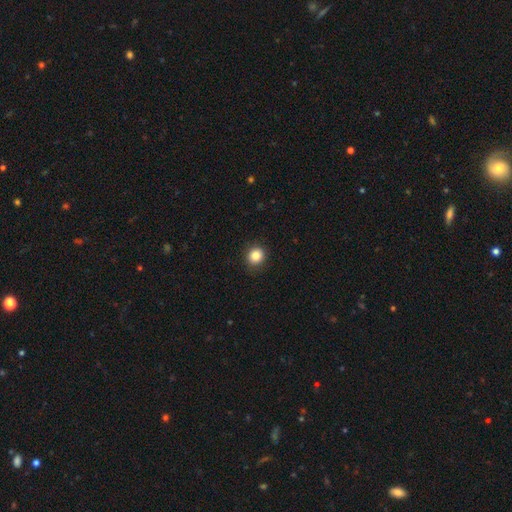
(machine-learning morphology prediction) smooth-or-featured: smooth: 85% | star or artifact: 10% | featured or disk: 4%
  how-rounded: round: 86% | in between: 13% | cigar-shaped: 1%
  merging: none: 90% | minor disturbance: 7% | major disturbance: 2% | merger: 1%